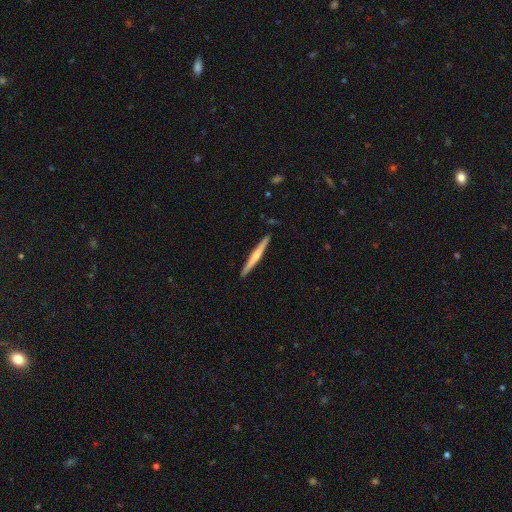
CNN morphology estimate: Overall: featured or disk (52%; smooth 44%). Edge-on disk: yes (98%). Edge-on bulge: rounded (47%; none 43%). Merging: none (91%).